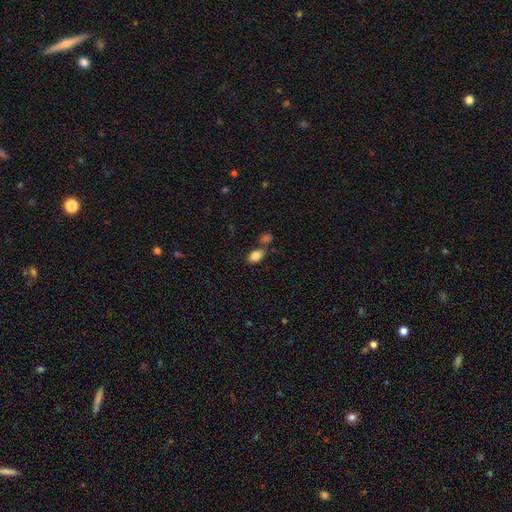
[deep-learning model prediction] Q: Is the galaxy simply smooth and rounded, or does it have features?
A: smooth — 84%.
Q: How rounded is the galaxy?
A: in between — 89%.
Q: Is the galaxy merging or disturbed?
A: none — 62%.